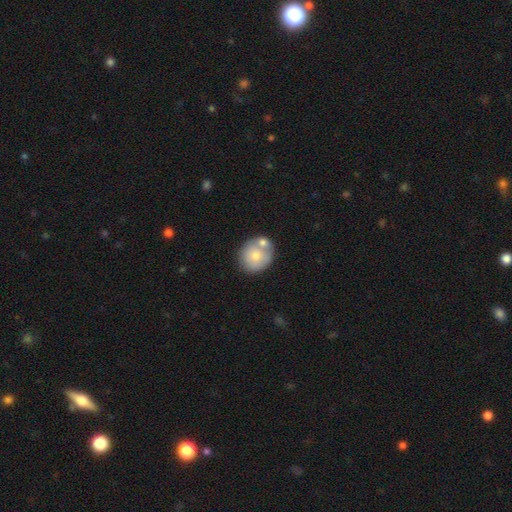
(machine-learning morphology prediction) This is likely a smooth galaxy (69%). How rounded: clearly round (83%). Merging: possibly none (50%).